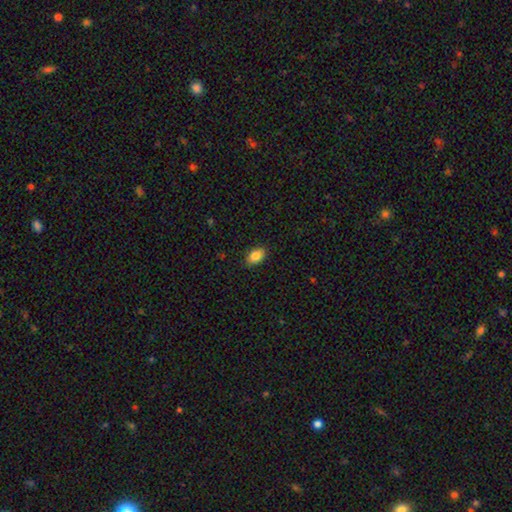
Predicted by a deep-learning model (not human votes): This appears to be a smooth galaxy with no disk features (85%) that is in between round and cigar-shaped (89%). Merging: none (88%).